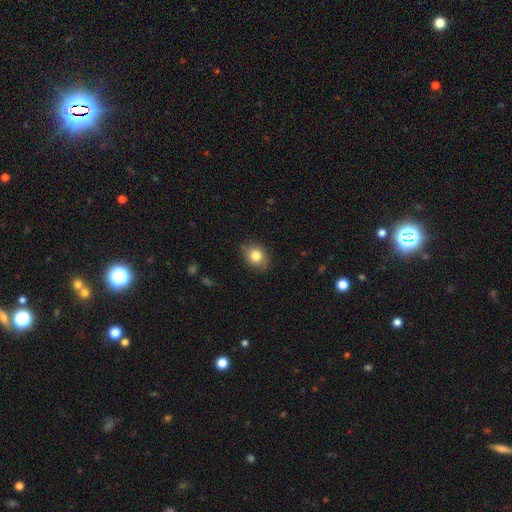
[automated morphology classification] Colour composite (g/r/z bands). It shows a smooth galaxy with no disk features (83%) that is round (51%). Merging: none (76%).